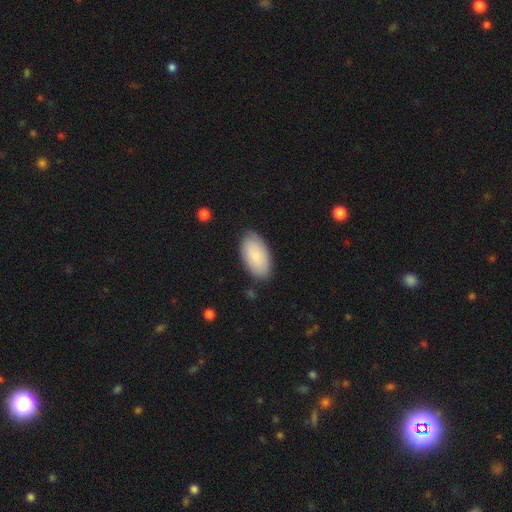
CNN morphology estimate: A smooth galaxy with no disk features (83%) that is in between round and cigar-shaped (95%).

Vote fractions:
- Smooth or featured? smooth: 83% / featured or disk: 12% / star or artifact: 6%
- How rounded? in between: 95% / round: 3% / cigar-shaped: 2%
- Merging? none: 83% / minor disturbance: 13% / major disturbance: 3% / merger: 1%